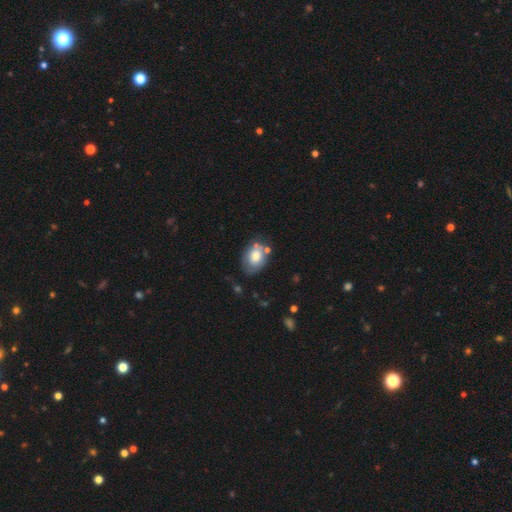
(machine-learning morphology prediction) Smooth or featured? smooth (66%)
How rounded? in between (75%)
Merging? none (58%)